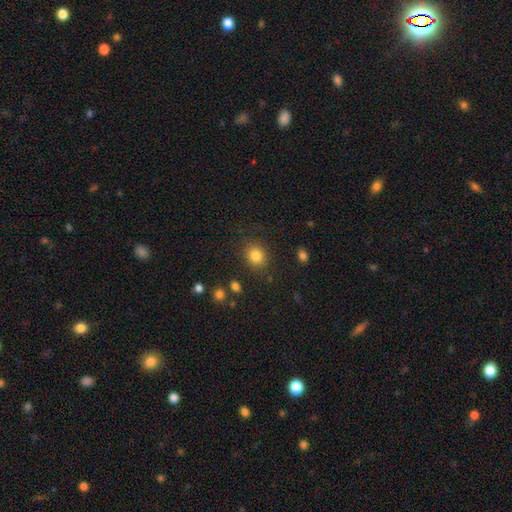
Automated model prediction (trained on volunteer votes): smooth 83%, star or artifact 11%, featured or disk 6%. Down the decision tree: how rounded — round (70%); merging — none (86%).